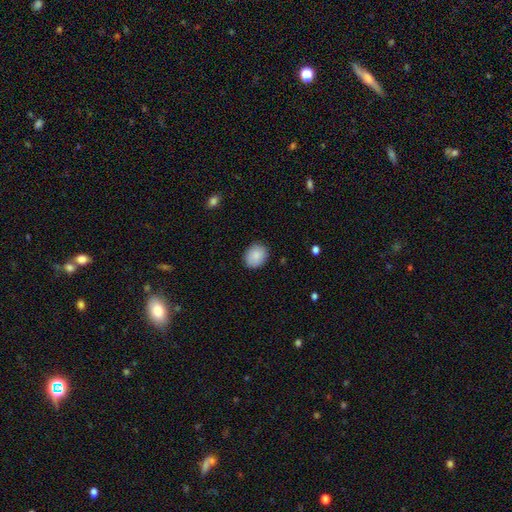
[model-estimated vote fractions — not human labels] Smooth or featured? Predicted: smooth (p=0.88). How rounded? Predicted: round (p=0.57). Merging? Predicted: none (p=0.86).